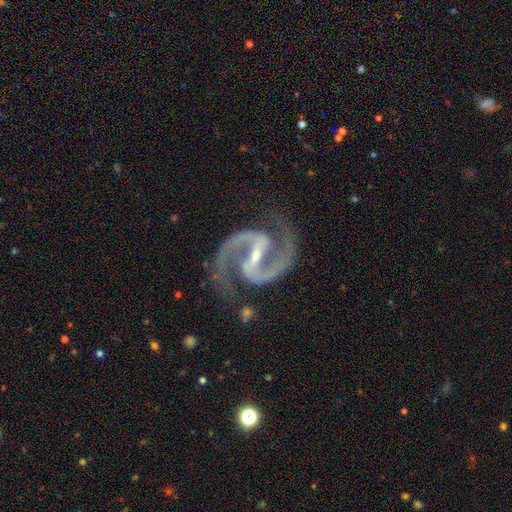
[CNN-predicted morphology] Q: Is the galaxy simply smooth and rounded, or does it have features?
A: featured or disk — 94%.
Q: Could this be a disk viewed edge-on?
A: no — 98%.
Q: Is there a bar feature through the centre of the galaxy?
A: strong — 64%.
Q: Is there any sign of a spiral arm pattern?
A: yes — 99%.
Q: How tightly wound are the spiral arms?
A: medium — 70%.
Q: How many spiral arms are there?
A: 2 — 95%.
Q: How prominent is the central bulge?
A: small — 67%.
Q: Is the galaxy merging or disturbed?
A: none — 80%.